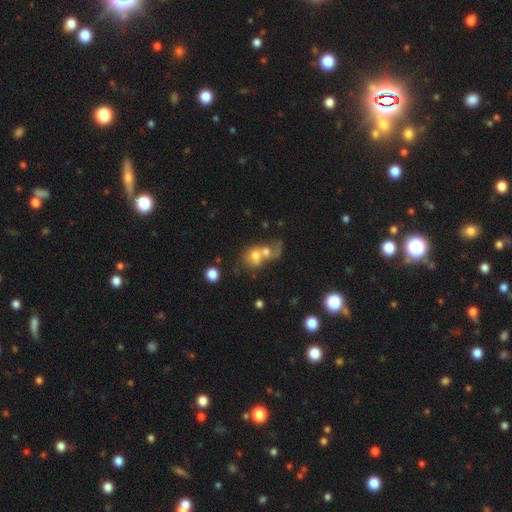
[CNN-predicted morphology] Smooth or featured?
  - smooth: 59% *
  - featured or disk: 29%
  - star or artifact: 12%
How rounded?
  - round: 53% *
  - in between: 45%
  - cigar-shaped: 2%
Merging?
  - merger: 74% *
  - none: 13%
  - major disturbance: 8%
  - minor disturbance: 5%